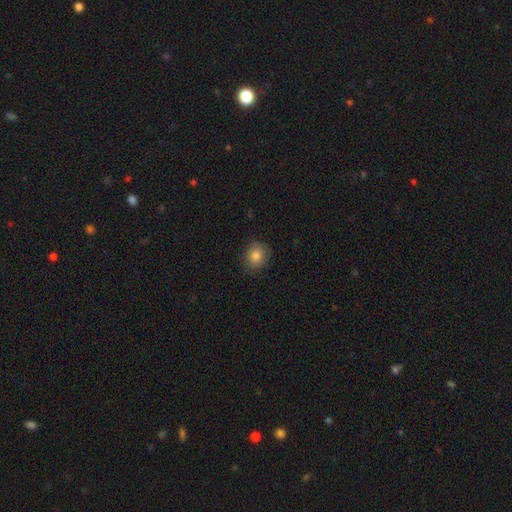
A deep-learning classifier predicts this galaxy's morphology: Smooth or featured: smooth — 83% (star or artifact — 10%)
How rounded: round — 70% (in between — 30%)
Merging: none — 83% (minor disturbance — 13%)